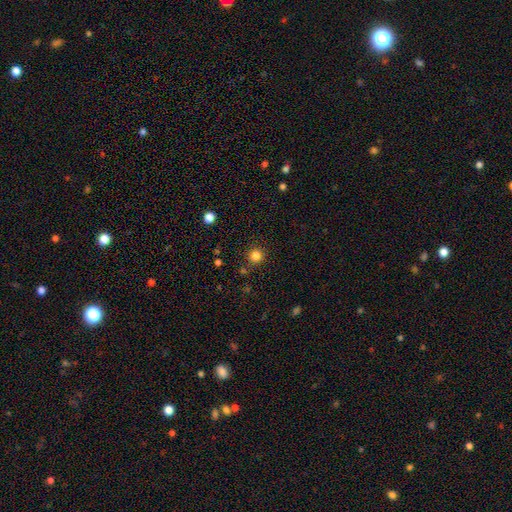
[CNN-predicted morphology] Smooth or featured?
  - smooth: 82% *
  - star or artifact: 14%
  - featured or disk: 4%
How rounded?
  - round: 94% *
  - in between: 5%
  - cigar-shaped: 1%
Merging?
  - none: 88% *
  - minor disturbance: 7%
  - merger: 3%
  - major disturbance: 2%